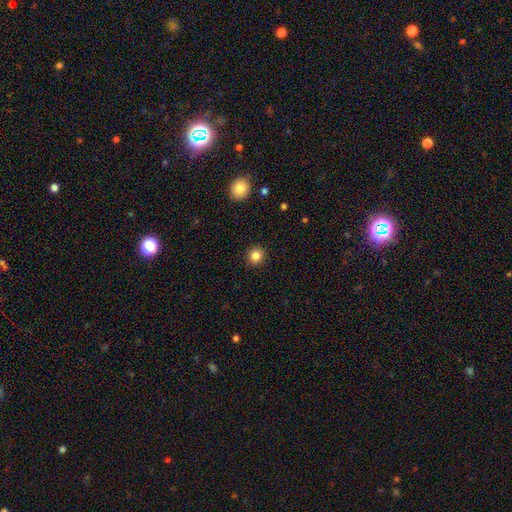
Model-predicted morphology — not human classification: Smooth or featured? smooth (84%)
How rounded? round (90%)
Merging? none (92%)